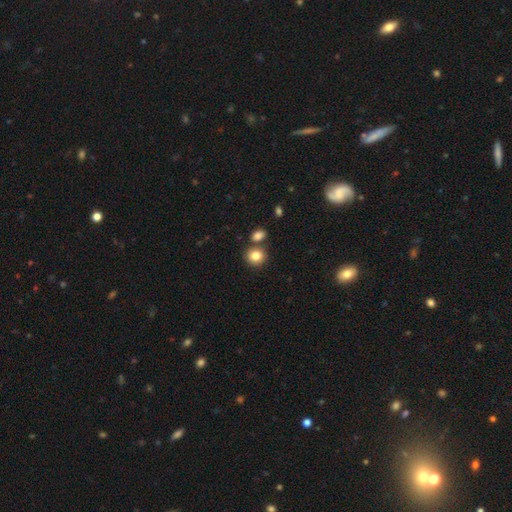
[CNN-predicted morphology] The model was most divided on "merging": none: 70%, merger: 18%, minor disturbance: 9%, major disturbance: 3%. More confident: smooth or featured — smooth (84%); how rounded — round (79%).